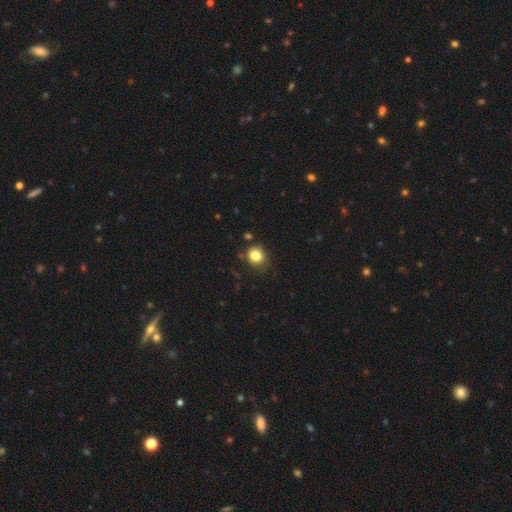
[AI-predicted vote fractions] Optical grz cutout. It shows a smooth galaxy with no disk features (82%) that is round (78%). Merging: none (75%).